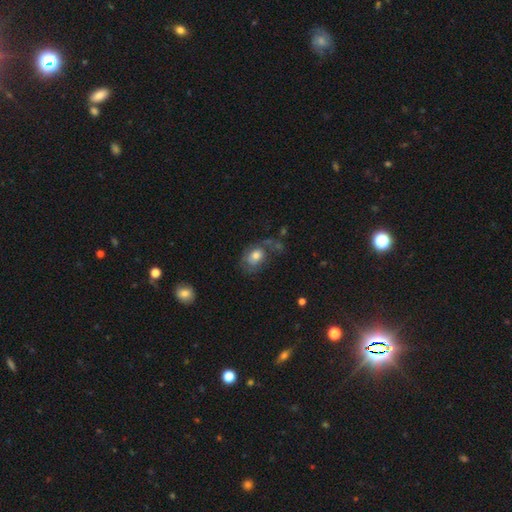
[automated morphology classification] Q: Smooth or featured?
A: smooth (63%); runner-up: featured or disk (28%)
Q: How rounded?
A: in between (70%); runner-up: round (28%)
Q: Merging?
A: none (39%); runner-up: major disturbance (27%)